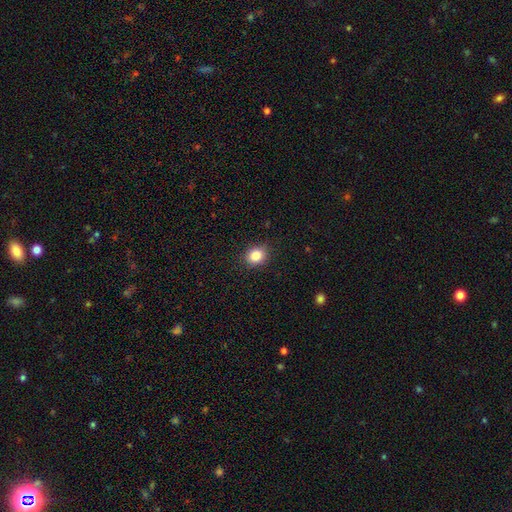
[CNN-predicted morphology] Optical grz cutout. It shows a smooth galaxy with no disk features (84%) that is round (62%). Merging: none (87%).